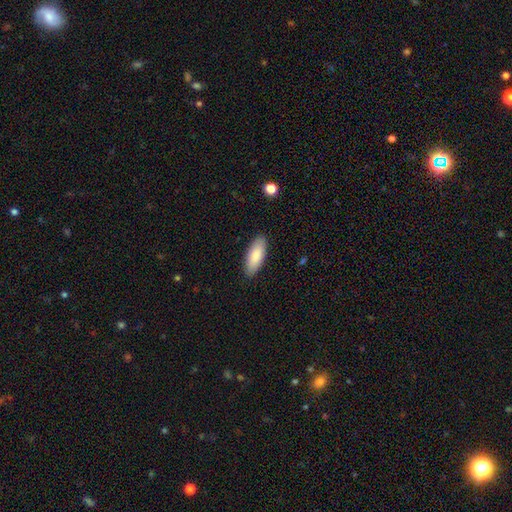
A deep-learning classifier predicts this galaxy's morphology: This is clearly a smooth galaxy (85%). How rounded: likely in between (79%). Merging: clearly none (89%).